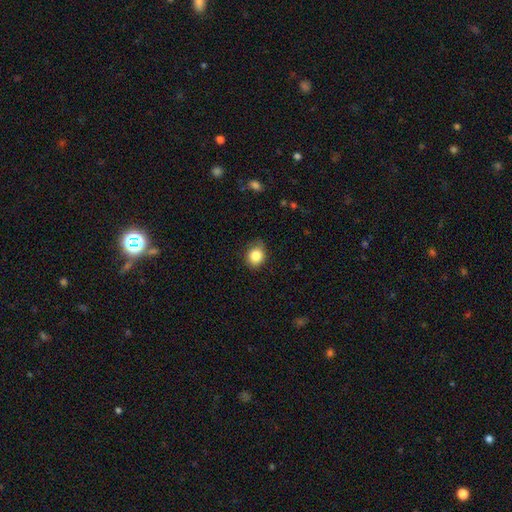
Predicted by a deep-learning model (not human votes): This appears to be a smooth galaxy with no disk features (84%) that is round (64%). Merging: none (75%).